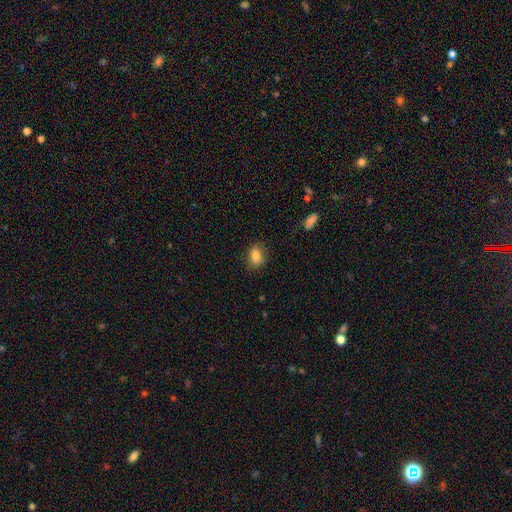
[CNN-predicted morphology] Q: Smooth or featured?
A: smooth (82%); runner-up: featured or disk (9%)
Q: How rounded?
A: in between (78%); runner-up: round (19%)
Q: Merging?
A: none (78%); runner-up: minor disturbance (17%)